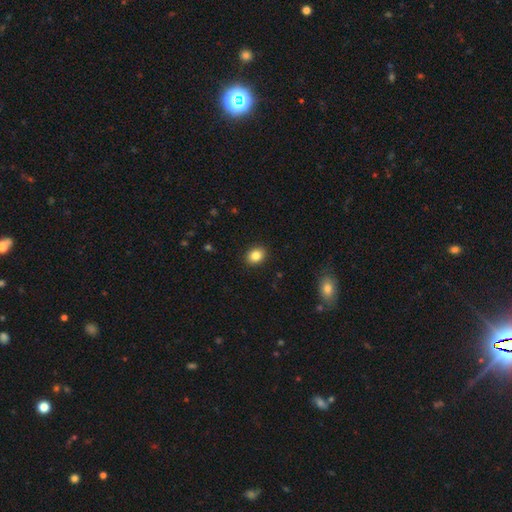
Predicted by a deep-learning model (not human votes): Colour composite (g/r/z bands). It shows a smooth galaxy with no disk features (85%) that is in between round and cigar-shaped (53%). Merging: none (91%).